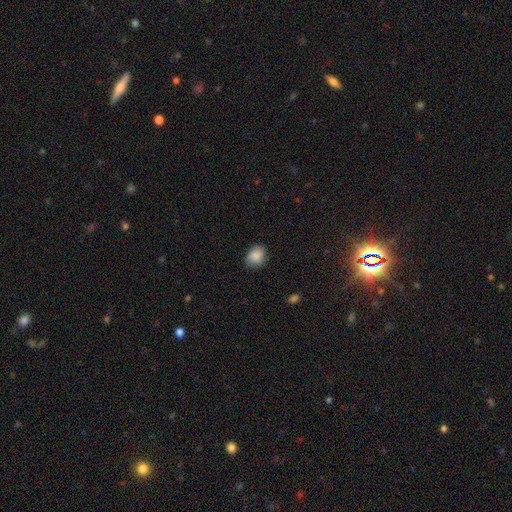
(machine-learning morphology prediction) This is clearly a smooth galaxy (88%). How rounded: possibly in between (54%). Merging: likely none (75%).